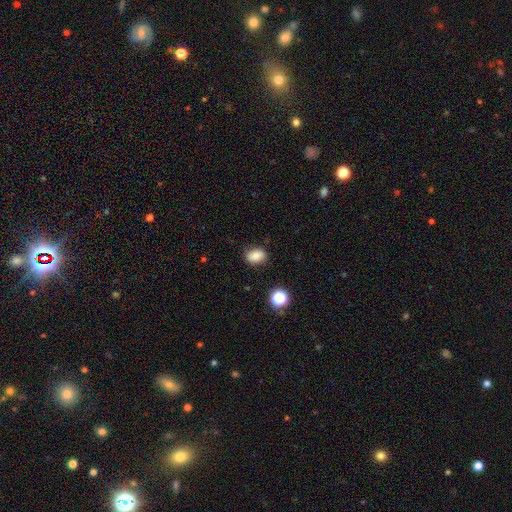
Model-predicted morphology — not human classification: Overall: smooth (80%). How rounded: in between (68%; round 31%). Merging: none (82%).